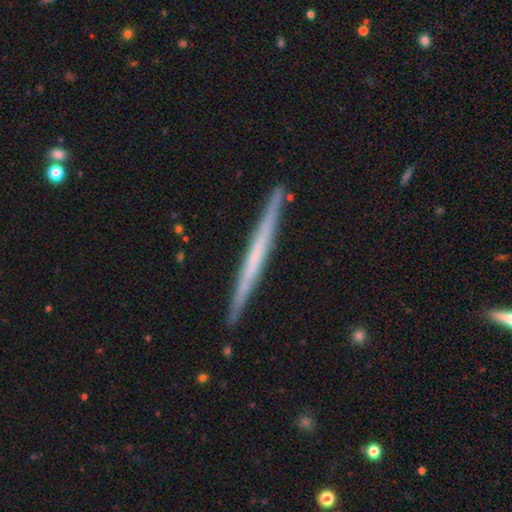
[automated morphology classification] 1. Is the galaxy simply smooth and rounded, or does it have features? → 59% featured or disk, 36% smooth, 5% star or artifact.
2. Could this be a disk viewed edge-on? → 98% yes, 2% no.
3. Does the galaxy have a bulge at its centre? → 88% none, 7% rounded, 5% boxy.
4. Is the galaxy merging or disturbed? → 90% none, 7% minor disturbance, 1% major disturbance, 1% merger.